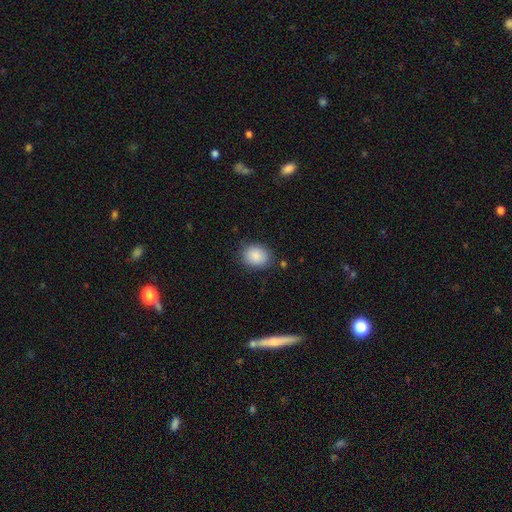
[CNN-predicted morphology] Smooth or featured? Predicted: smooth (p=0.88). How rounded? Predicted: in between (p=0.50). Merging? Predicted: none (p=0.82).